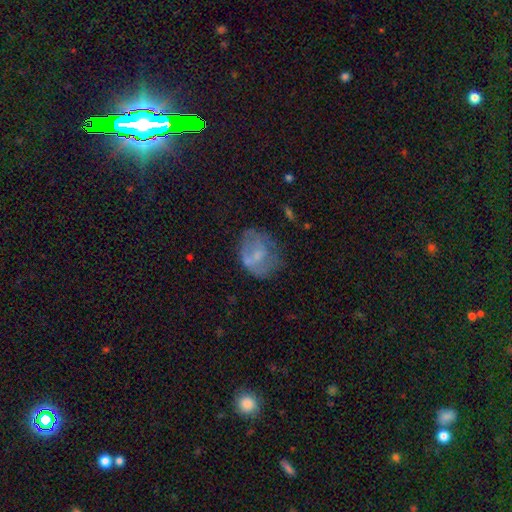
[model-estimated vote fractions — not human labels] This appears to be a smooth galaxy with no disk features (45%, tied with featured or disk). Merging: none (44%).